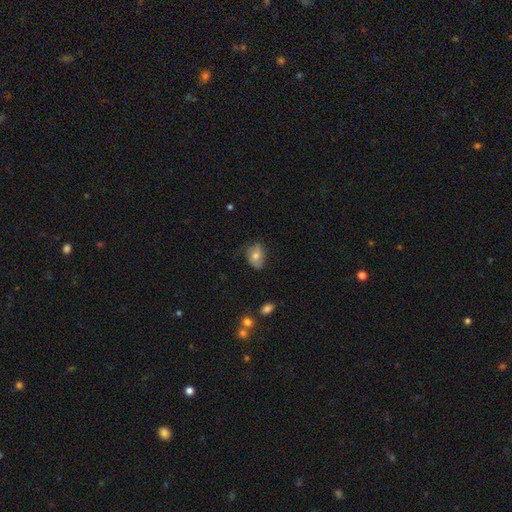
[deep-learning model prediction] Smooth or featured? Predicted: smooth (p=0.63). How rounded? Predicted: in between (p=0.71). Merging? Predicted: none (p=0.61).